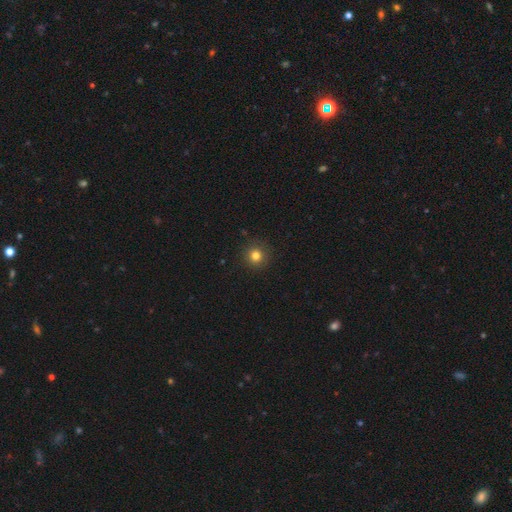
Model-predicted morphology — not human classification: A smooth galaxy with no disk features (80%) that is round (95%).

Vote fractions:
- Smooth or featured? smooth: 80% / star or artifact: 14% / featured or disk: 6%
- How rounded? round: 95% / in between: 4% / cigar-shaped: 1%
- Merging? none: 91% / minor disturbance: 6% / major disturbance: 2% / merger: 1%